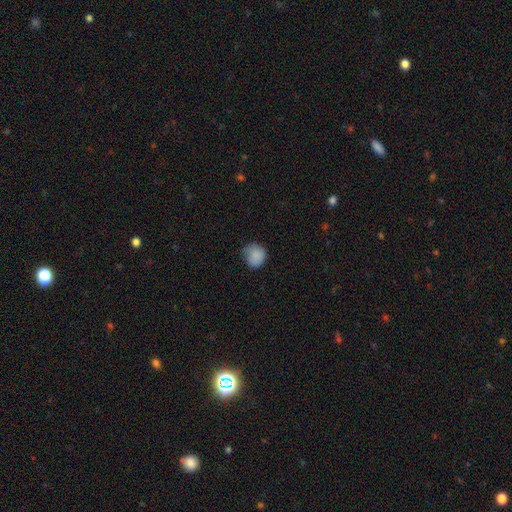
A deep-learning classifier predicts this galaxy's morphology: Smooth or featured? smooth (85%)
How rounded? round (84%)
Merging? none (63%)